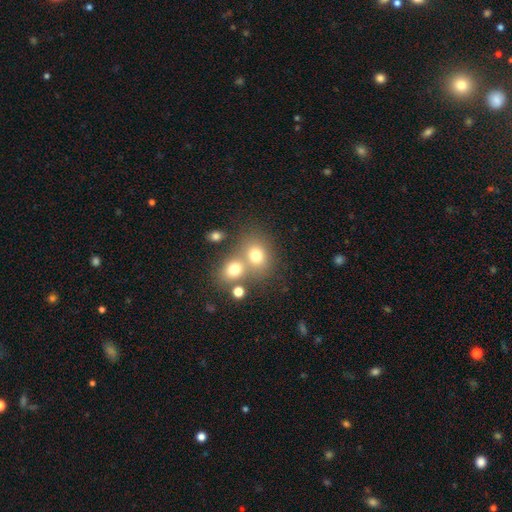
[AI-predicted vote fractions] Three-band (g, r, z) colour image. It shows a smooth galaxy with no disk features (73%) that is round (61%). Merging: none (44%).